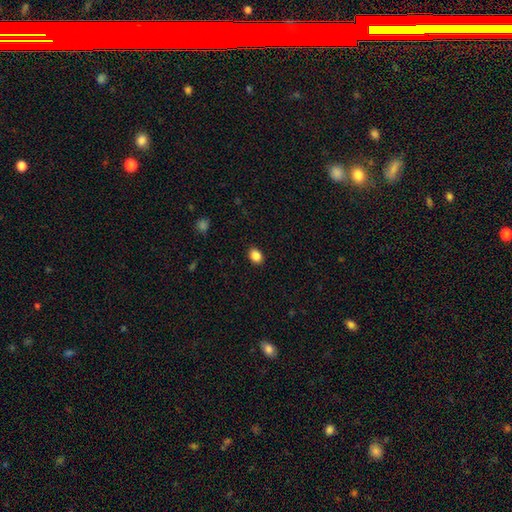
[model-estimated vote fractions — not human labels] This is clearly a smooth galaxy (88%). How rounded: likely in between (71%). Merging: clearly none (90%).